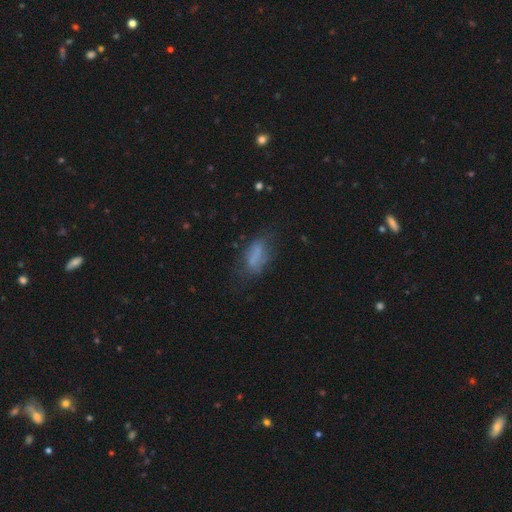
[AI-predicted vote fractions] Smooth or featured? Predicted: smooth (p=0.62). How rounded? Predicted: in between (p=0.79). Merging? Predicted: none (p=0.51).